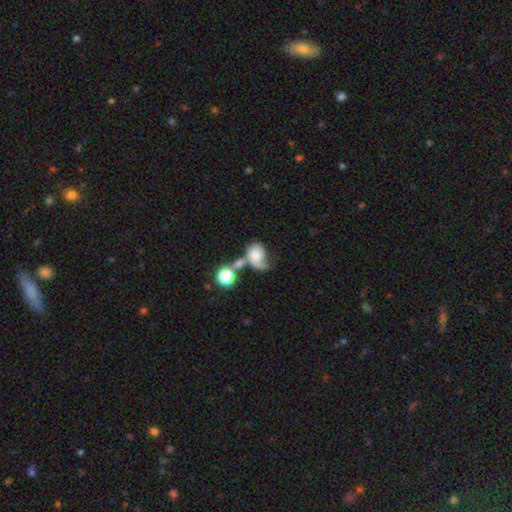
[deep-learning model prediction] smooth-or-featured: smooth: 50% | featured or disk: 39% | star or artifact: 11%
  how-rounded: in between: 64% | round: 35% | cigar-shaped: 2%
  merging: merger: 31% | major disturbance: 28% | none: 22% | minor disturbance: 19%